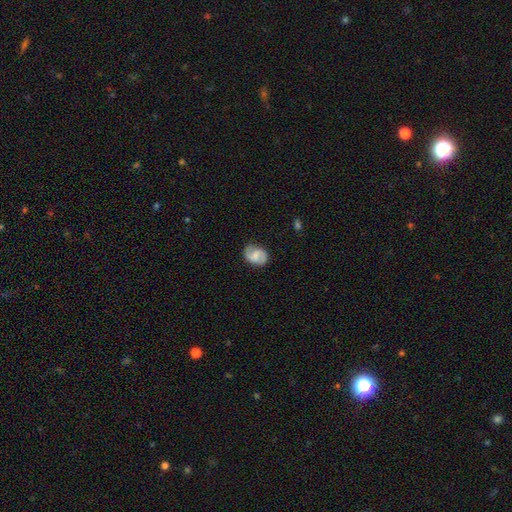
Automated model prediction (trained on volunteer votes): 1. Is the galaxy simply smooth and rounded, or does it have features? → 63% featured or disk, 30% smooth, 7% star or artifact.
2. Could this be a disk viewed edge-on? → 98% no, 2% yes.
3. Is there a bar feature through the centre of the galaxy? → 50% weak, 38% no, 12% strong.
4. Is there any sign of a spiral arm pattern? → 92% yes, 8% no.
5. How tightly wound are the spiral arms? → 50% medium, 26% tight, 25% loose.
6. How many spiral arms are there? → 88% 2, 6% can't tell, 3% 1, 1% 3, 1% 4, 1% more than 4.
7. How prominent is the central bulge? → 39% moderate, 33% small, 20% none, 7% large, 1% dominant.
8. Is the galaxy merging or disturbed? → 80% none, 15% minor disturbance, 4% major disturbance, 1% merger.